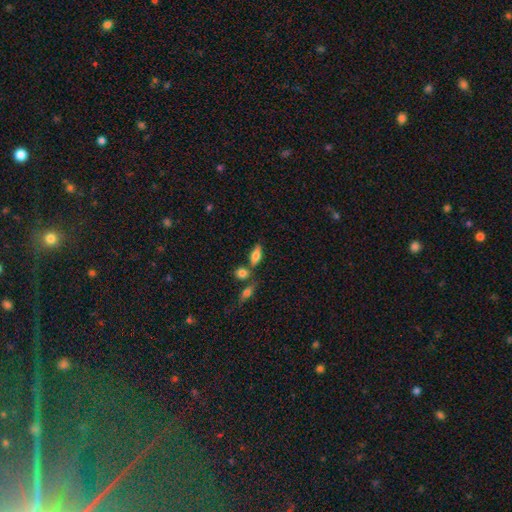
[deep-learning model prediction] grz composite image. It shows a smooth galaxy with no disk features (71%) that is in between round and cigar-shaped (78%). Merging: none (62%).